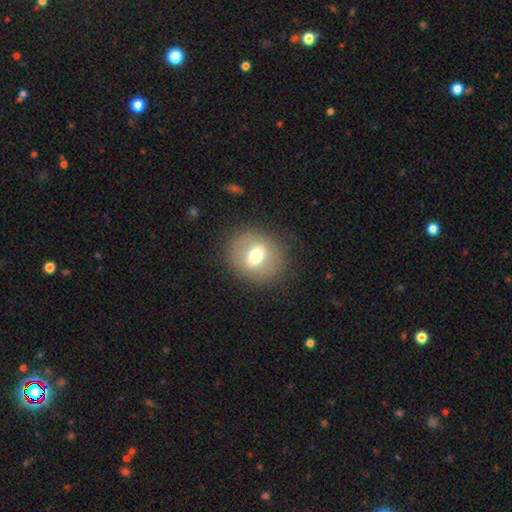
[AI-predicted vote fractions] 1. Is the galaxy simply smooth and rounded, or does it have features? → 55% smooth, 34% featured or disk, 10% star or artifact.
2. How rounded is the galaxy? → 71% round, 28% in between, 1% cigar-shaped.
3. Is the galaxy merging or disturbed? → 84% none, 10% minor disturbance, 5% major disturbance, 1% merger.